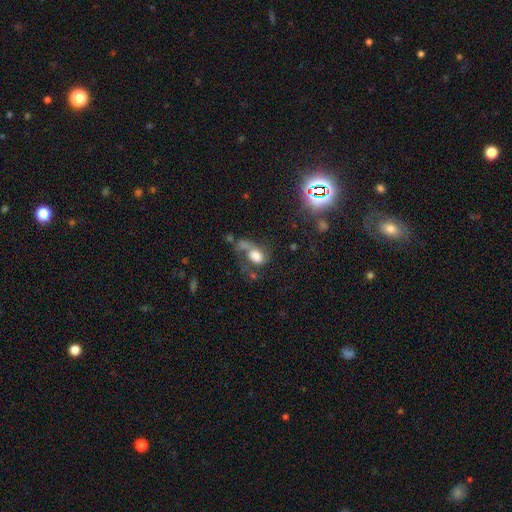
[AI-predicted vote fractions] A smooth galaxy with no disk features (56%) that is in between round and cigar-shaped (75%).

Vote fractions:
- Smooth or featured? smooth: 56% / featured or disk: 31% / star or artifact: 13%
- How rounded? in between: 75% / round: 22% / cigar-shaped: 2%
- Merging? major disturbance: 37% / none: 25% / merger: 23% / minor disturbance: 16%